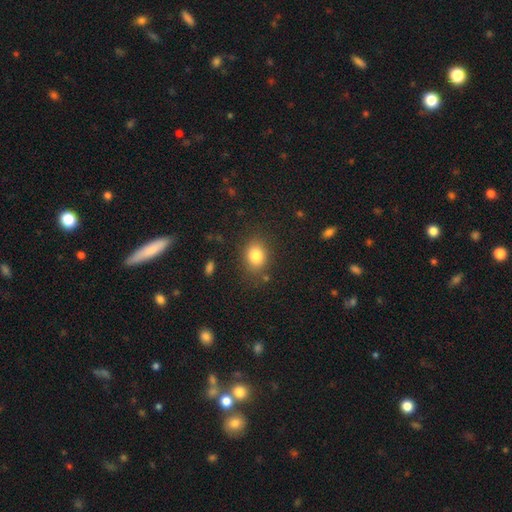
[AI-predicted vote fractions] A smooth galaxy with no disk features (82%) that is in between round and cigar-shaped (56%).

Vote fractions:
- Smooth or featured? smooth: 82% / star or artifact: 10% / featured or disk: 8%
- How rounded? in between: 56% / round: 43% / cigar-shaped: 1%
- Merging? none: 81% / minor disturbance: 12% / major disturbance: 4% / merger: 2%